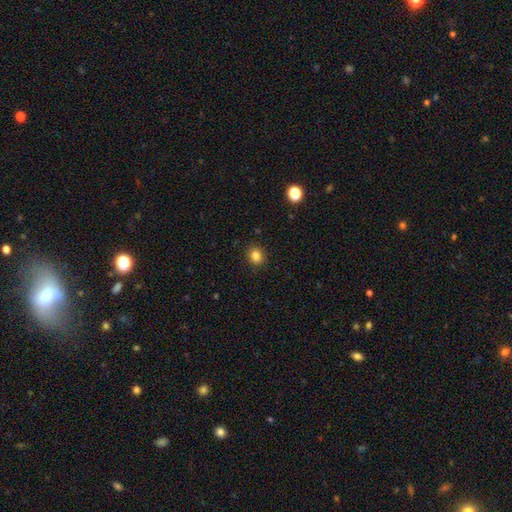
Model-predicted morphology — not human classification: type=smooth (83%); roundness=round (76%); merging=none (90%).